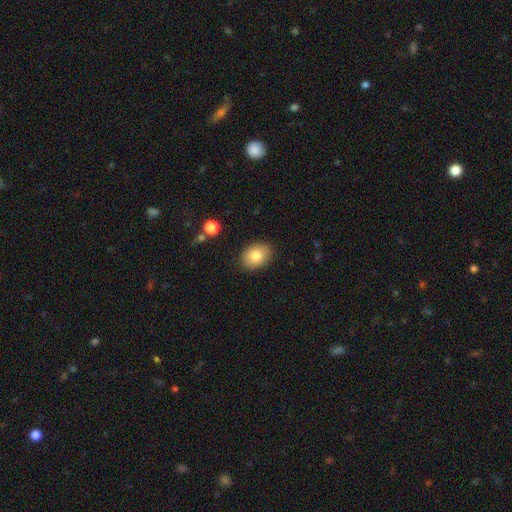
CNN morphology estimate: This is clearly a smooth galaxy (81%). How rounded: likely in between (70%). Merging: clearly none (86%).